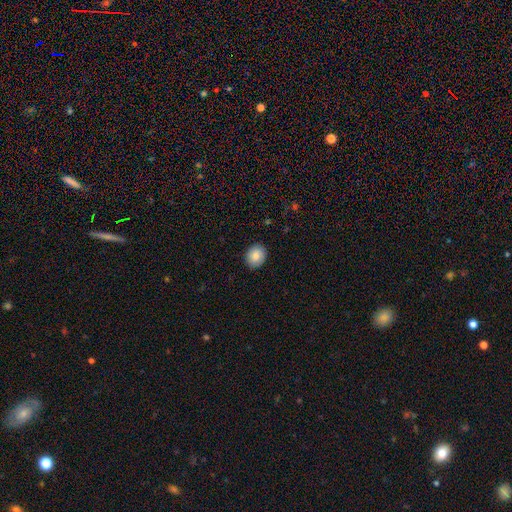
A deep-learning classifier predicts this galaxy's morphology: A smooth galaxy with no disk features (85%) that is round (55%). Merging: none (88%).